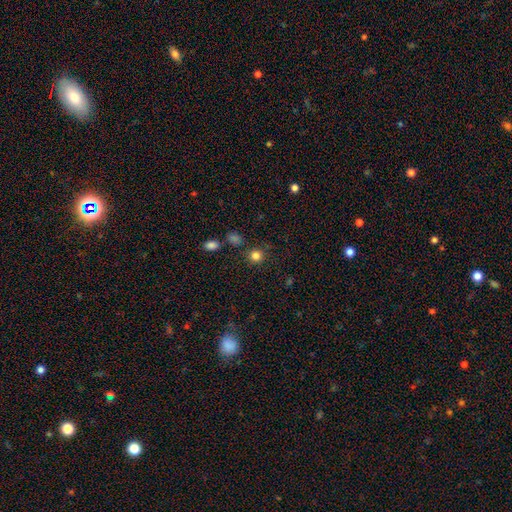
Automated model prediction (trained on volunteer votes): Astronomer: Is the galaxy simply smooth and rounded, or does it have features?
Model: smooth — 82%.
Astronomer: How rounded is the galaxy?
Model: round — 91%.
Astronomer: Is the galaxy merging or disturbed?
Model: none — 85%.